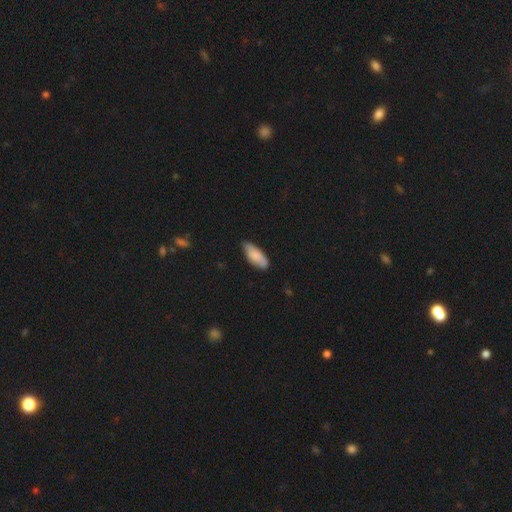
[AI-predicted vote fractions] smooth_or_featured: smooth (p=0.81) [alt: featured or disk p=0.13]
how_rounded: in between (p=0.78) [alt: cigar-shaped p=0.20]
merging: none (p=0.69) [alt: minor disturbance p=0.26]